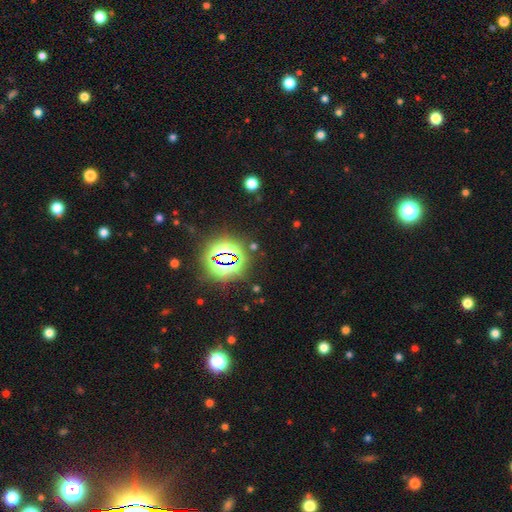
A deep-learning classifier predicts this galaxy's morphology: Overall: star or artifact (83%).